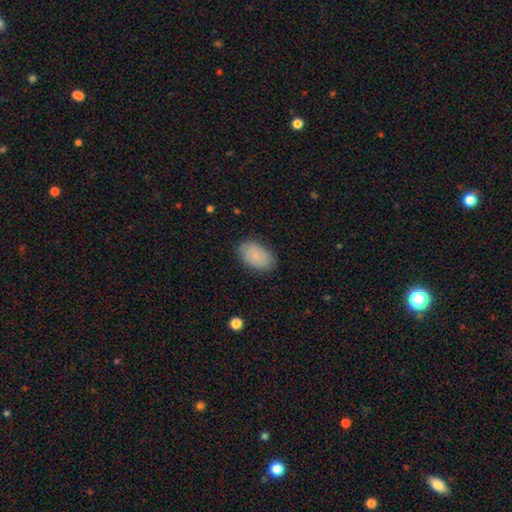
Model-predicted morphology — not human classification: This is likely a smooth galaxy (78%). How rounded: clearly in between (91%). Merging: clearly none (83%).